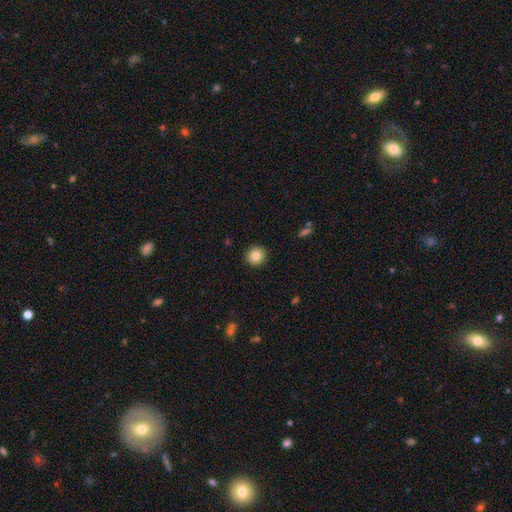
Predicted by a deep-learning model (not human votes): A smooth galaxy with no disk features (83%) that is round (93%).

Vote fractions:
- Smooth or featured? smooth: 83% / star or artifact: 9% / featured or disk: 7%
- How rounded? round: 93% / in between: 6% / cigar-shaped: 1%
- Merging? none: 92% / minor disturbance: 5% / major disturbance: 2% / merger: 1%